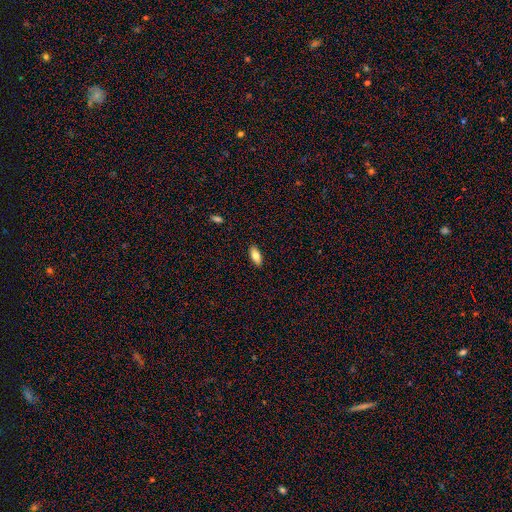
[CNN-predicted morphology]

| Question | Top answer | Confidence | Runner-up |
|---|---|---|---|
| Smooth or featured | smooth | 80% | featured or disk (13%) |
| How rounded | in between | 86% | cigar-shaped (11%) |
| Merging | none | 89% | minor disturbance (8%) |